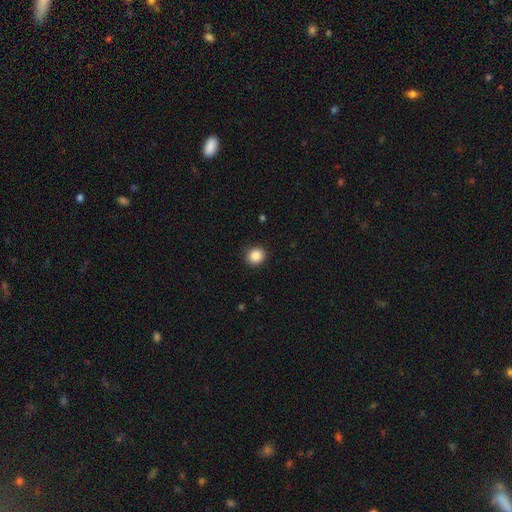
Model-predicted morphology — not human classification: Smooth or featured? smooth (88%)
How rounded? round (85%)
Merging? none (90%)